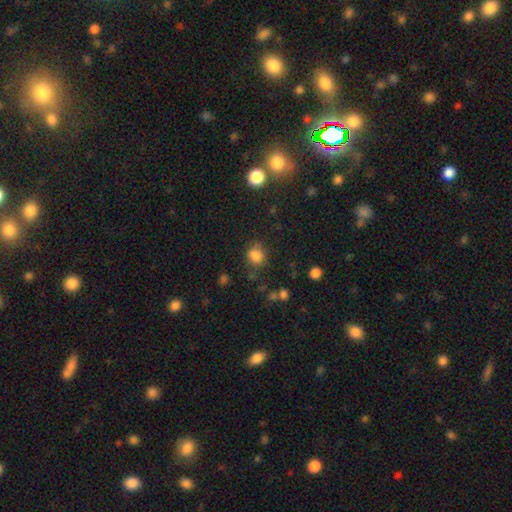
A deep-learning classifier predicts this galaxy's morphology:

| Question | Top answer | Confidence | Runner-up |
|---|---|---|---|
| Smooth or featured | smooth | 80% | star or artifact (14%) |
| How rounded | round | 72% | in between (27%) |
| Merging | none | 68% | minor disturbance (19%) |